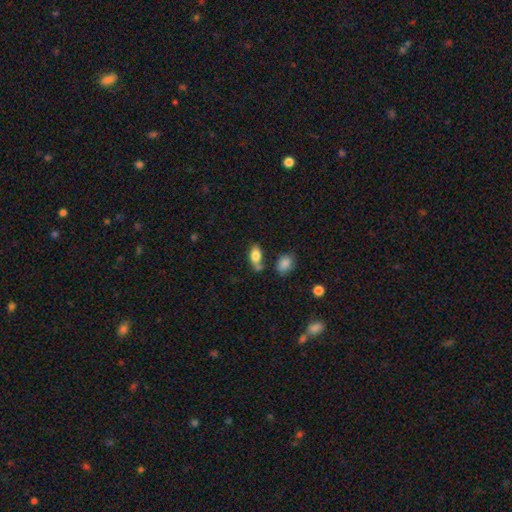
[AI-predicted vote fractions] Smooth or featured?
  - smooth: 81% *
  - featured or disk: 11%
  - star or artifact: 8%
How rounded?
  - in between: 88% *
  - cigar-shaped: 6%
  - round: 6%
Merging?
  - none: 52% *
  - merger: 22%
  - minor disturbance: 19%
  - major disturbance: 7%